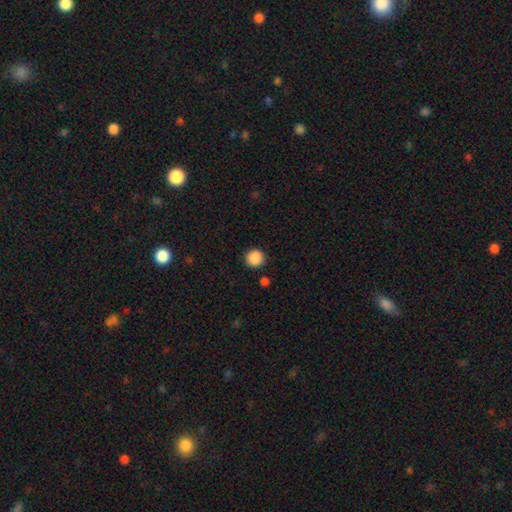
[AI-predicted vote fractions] Smooth or featured?
  - smooth: 88% *
  - star or artifact: 9%
  - featured or disk: 2%
How rounded?
  - round: 93% *
  - in between: 6%
  - cigar-shaped: 1%
Merging?
  - none: 89% *
  - minor disturbance: 6%
  - major disturbance: 2%
  - merger: 2%